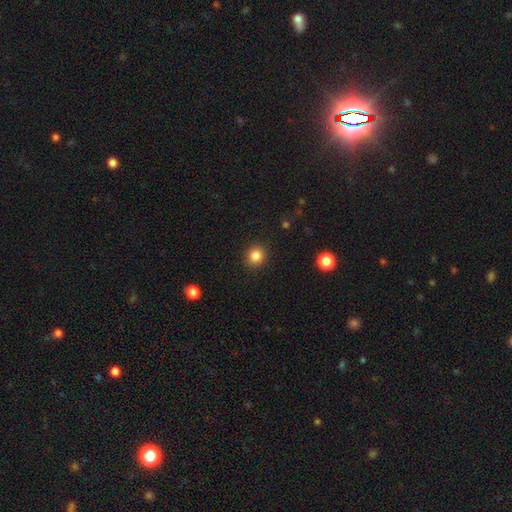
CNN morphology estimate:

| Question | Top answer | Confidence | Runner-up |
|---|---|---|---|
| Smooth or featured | smooth | 85% | star or artifact (11%) |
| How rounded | round | 85% | in between (14%) |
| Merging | none | 91% | minor disturbance (6%) |